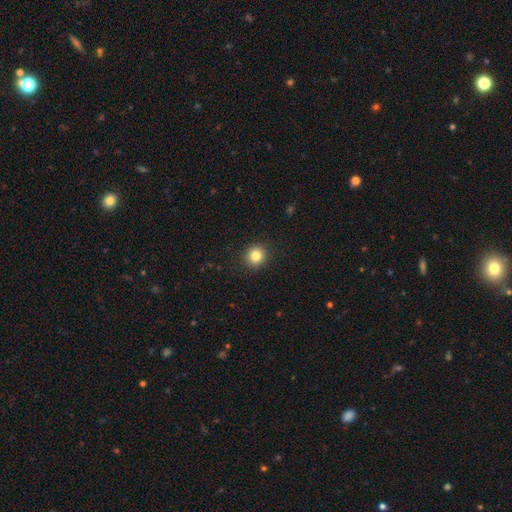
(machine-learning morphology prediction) Smooth or featured? smooth (82%)
How rounded? round (91%)
Merging? none (91%)